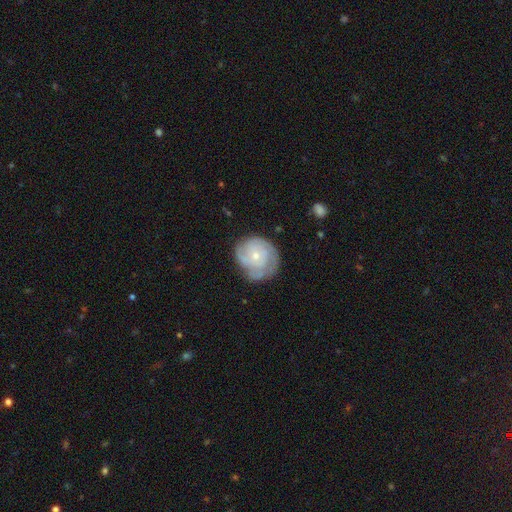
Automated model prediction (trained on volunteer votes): Overall: featured or disk (68%). Edge-on disk: no (98%). Bar: no (82%). Spiral arms: yes (84%). Spiral arm count: can't tell (39%; 3 25%). Spiral winding: tight (64%; medium 27%). Bulge size: small (71%). Merging: none (60%; minor disturbance 25%).